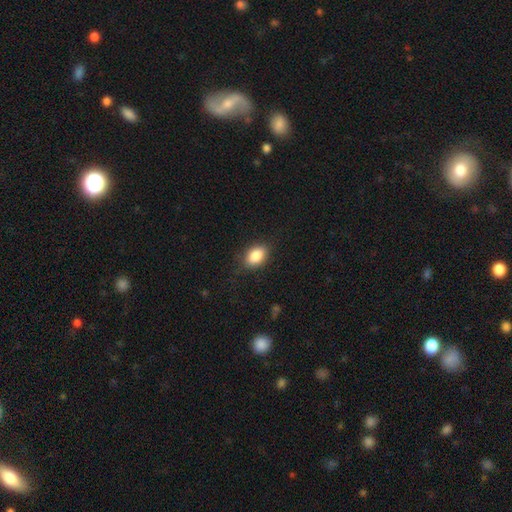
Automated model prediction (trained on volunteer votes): A smooth galaxy with no disk features (86%) that is in between round and cigar-shaped (85%). Merging: none (81%).